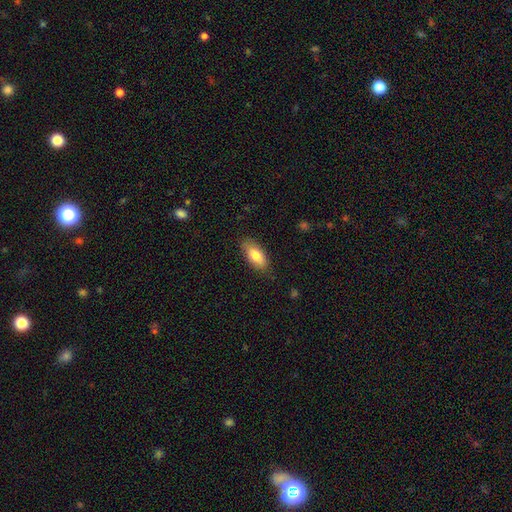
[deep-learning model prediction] Smooth or featured?
  - smooth: 79% *
  - featured or disk: 15%
  - star or artifact: 6%
How rounded?
  - in between: 86% *
  - cigar-shaped: 11%
  - round: 3%
Merging?
  - none: 81% *
  - minor disturbance: 15%
  - major disturbance: 3%
  - merger: 1%